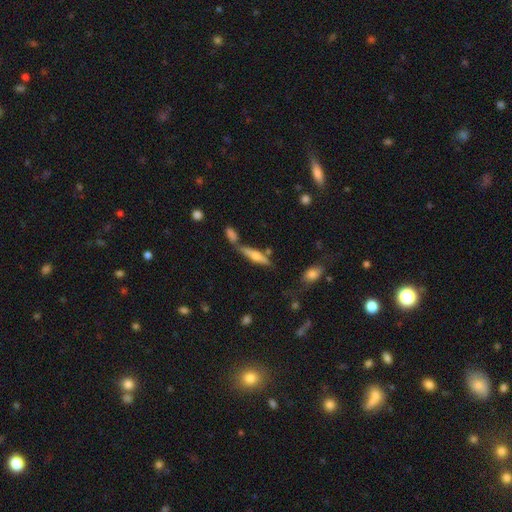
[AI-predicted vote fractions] featured or disk 49%, smooth 42%, star or artifact 9%. Down the decision tree: merging — none (55%).